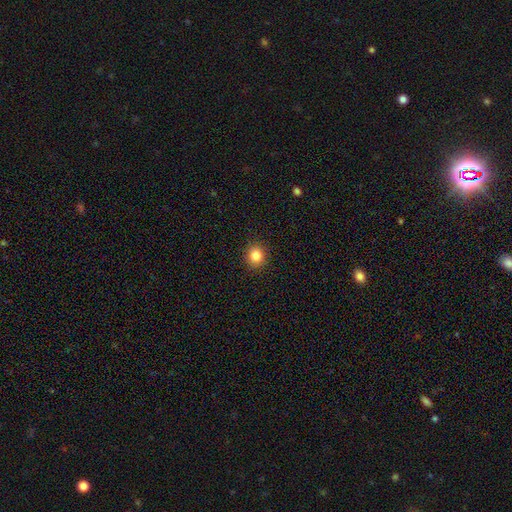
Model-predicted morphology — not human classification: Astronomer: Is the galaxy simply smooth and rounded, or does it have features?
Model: smooth — 83%.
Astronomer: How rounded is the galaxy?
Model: round — 87%.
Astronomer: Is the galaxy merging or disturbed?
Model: none — 91%.